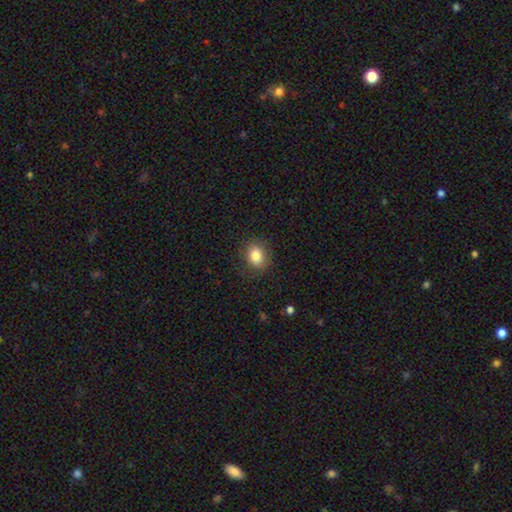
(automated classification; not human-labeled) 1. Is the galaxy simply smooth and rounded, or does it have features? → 82% smooth, 9% star or artifact, 8% featured or disk.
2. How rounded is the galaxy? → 56% round, 43% in between, 1% cigar-shaped.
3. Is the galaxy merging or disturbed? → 82% none, 13% minor disturbance, 5% major disturbance, 1% merger.